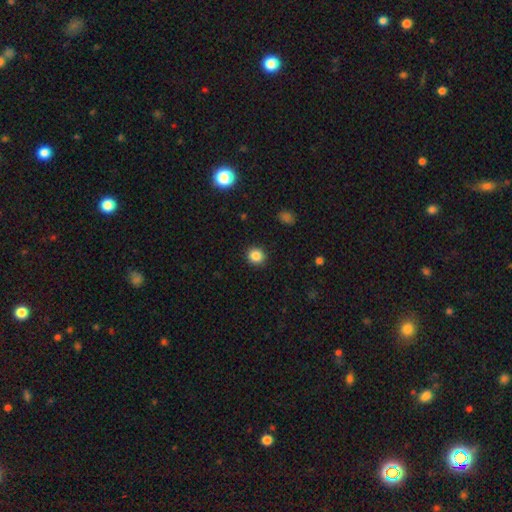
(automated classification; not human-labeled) Morphology: type=smooth (85%); roundness=round (87%); merging=none (91%).